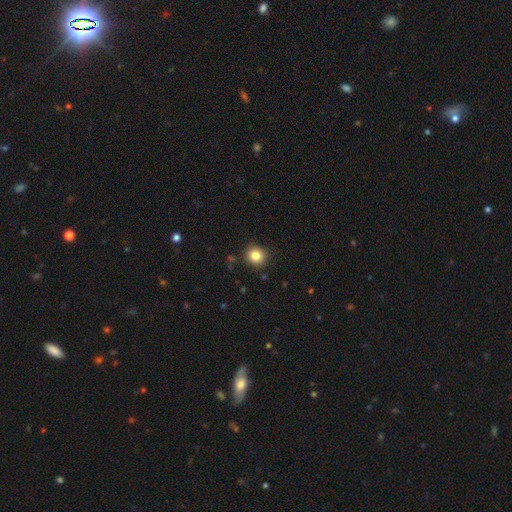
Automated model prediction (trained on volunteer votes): Smooth or featured?
  - smooth: 83% *
  - star or artifact: 11%
  - featured or disk: 6%
How rounded?
  - round: 89% *
  - in between: 10%
  - cigar-shaped: 1%
Merging?
  - none: 89% *
  - minor disturbance: 7%
  - major disturbance: 2%
  - merger: 2%